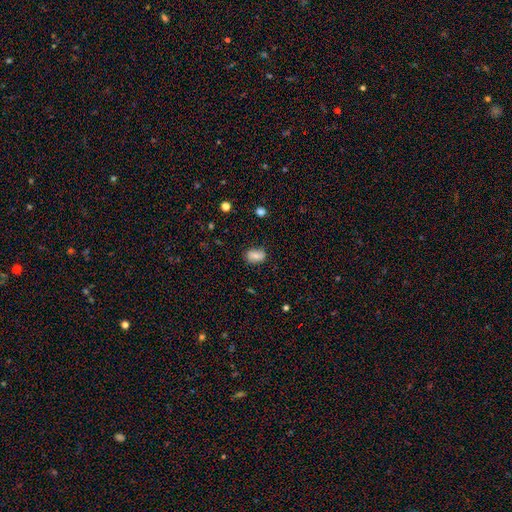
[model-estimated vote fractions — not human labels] Smooth or featured? smooth (75%)
How rounded? in between (79%)
Merging? none (74%)